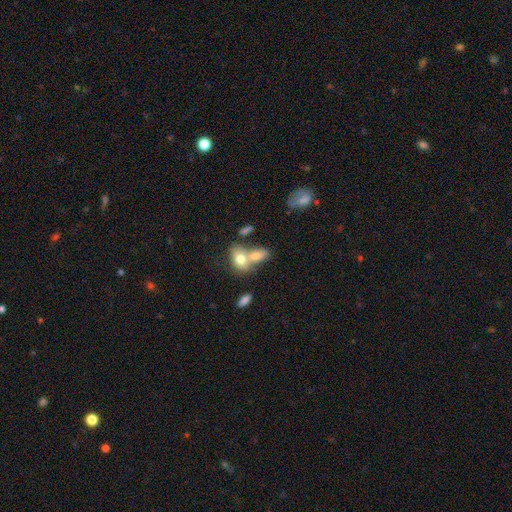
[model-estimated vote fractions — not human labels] Morphology: type=smooth (74%); roundness=in between (80%); merging=merger (58%).